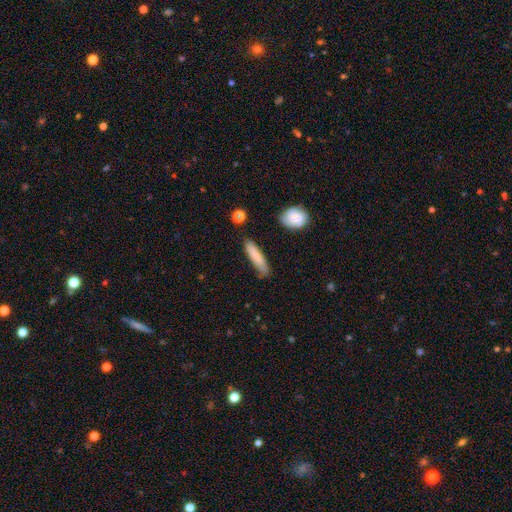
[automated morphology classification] The model was most divided on "merging": none: 77%, minor disturbance: 17%, major disturbance: 4%, merger: 2%. More confident: how rounded — cigar-shaped (81%); smooth or featured — smooth (79%).